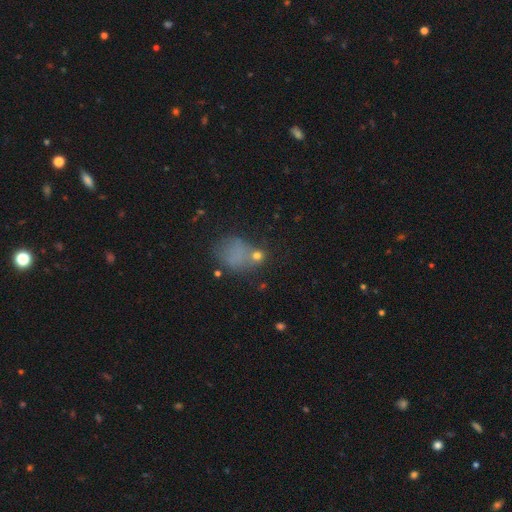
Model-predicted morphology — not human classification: Overall: smooth (60%; star or artifact 24%). How rounded: round (53%; in between 45%). Merging: none (48%; minor disturbance 22%).